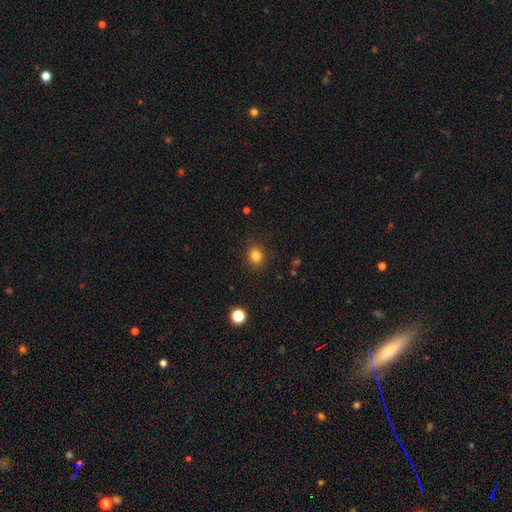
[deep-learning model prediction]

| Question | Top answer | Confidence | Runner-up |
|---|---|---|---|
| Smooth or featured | smooth | 82% | star or artifact (13%) |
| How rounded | round | 72% | in between (27%) |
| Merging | none | 90% | minor disturbance (7%) |